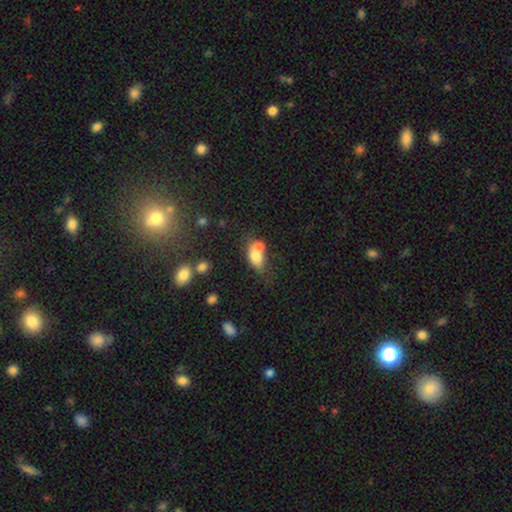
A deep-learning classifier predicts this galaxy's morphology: Overall: smooth (72%). How rounded: in between (79%). Merging: merger (53%; none 26%).